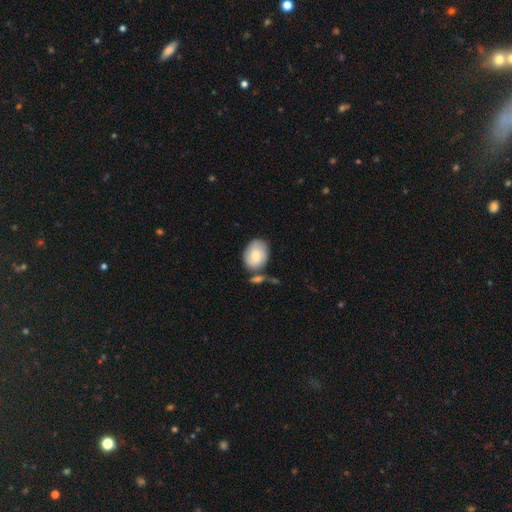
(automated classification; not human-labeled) This is likely a smooth galaxy (75%). How rounded: likely in between (68%). Merging: possibly none (56%).